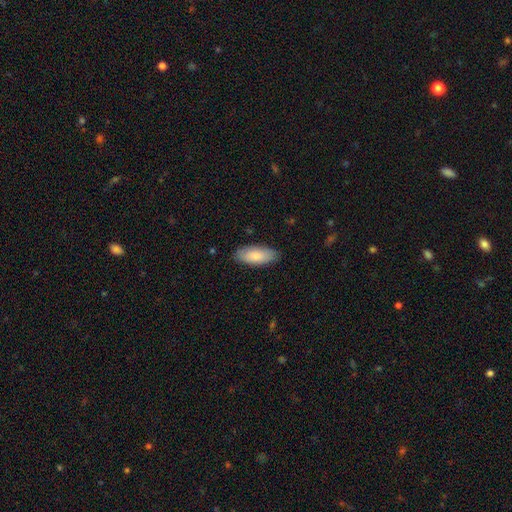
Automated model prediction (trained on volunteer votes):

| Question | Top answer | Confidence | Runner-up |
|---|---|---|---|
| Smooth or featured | smooth | 83% | featured or disk (12%) |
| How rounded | in between | 83% | cigar-shaped (15%) |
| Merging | none | 85% | minor disturbance (11%) |